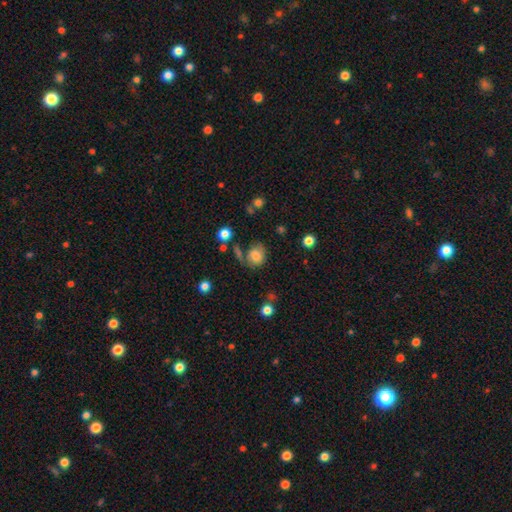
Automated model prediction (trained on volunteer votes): Smooth or featured? Predicted: smooth (p=0.77). How rounded? Predicted: round (p=0.68). Merging? Predicted: none (p=0.56).